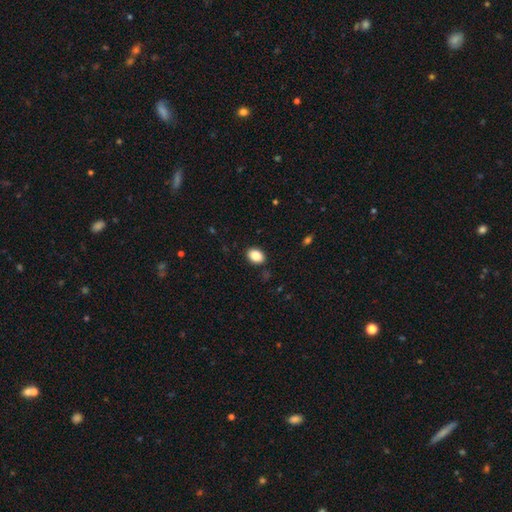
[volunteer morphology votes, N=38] Smooth or featured? smooth (95%)
How rounded? in between (78%)
Merging? none (92%)